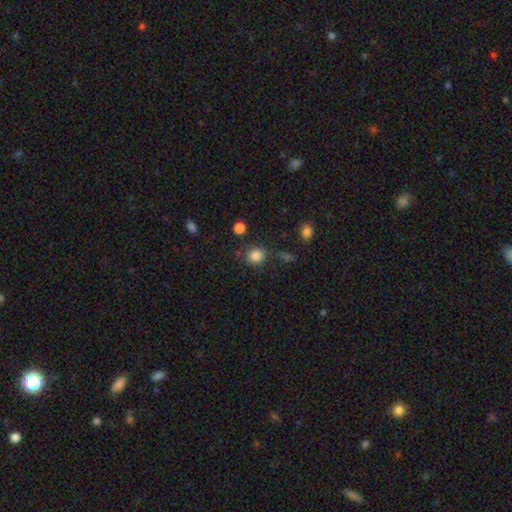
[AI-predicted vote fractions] Smooth or featured?
  - smooth: 84% *
  - star or artifact: 11%
  - featured or disk: 4%
How rounded?
  - round: 81% *
  - in between: 18%
  - cigar-shaped: 1%
Merging?
  - none: 77% *
  - minor disturbance: 12%
  - merger: 6%
  - major disturbance: 5%